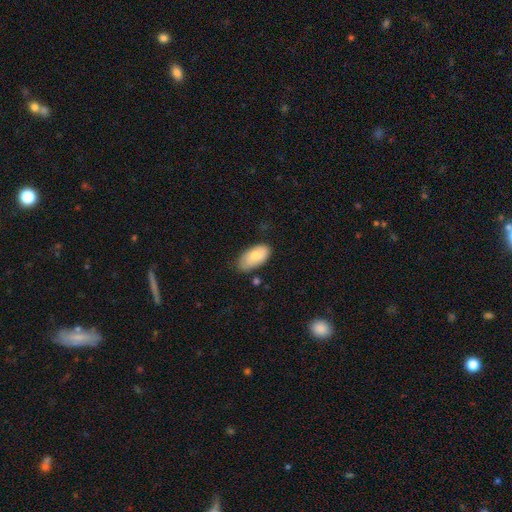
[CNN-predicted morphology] This appears to be a smooth galaxy with no disk features (79%) that is in between round and cigar-shaped (94%). Merging: none (66%).